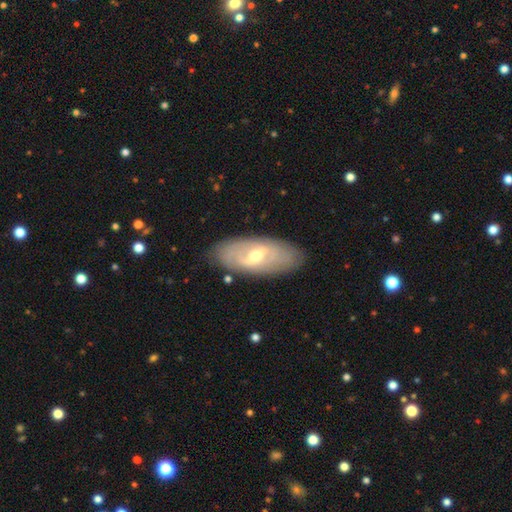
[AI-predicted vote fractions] featured or disk 68%, smooth 26%, star or artifact 6%. Down the decision tree: edge-on disk — no (84%); bar — weak (48%); spiral arms — yes (51%); bulge size — moderate (59%); merging — none (83%).